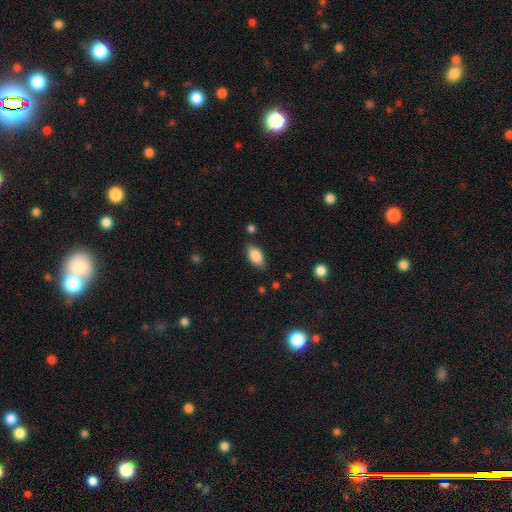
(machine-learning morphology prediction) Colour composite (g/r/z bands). It shows a smooth galaxy with no disk features (83%) that is in between round and cigar-shaped (90%). Merging: none (81%).